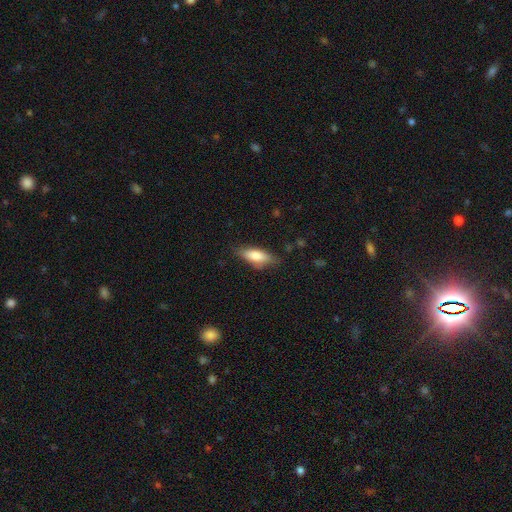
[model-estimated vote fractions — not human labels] The model was most divided on "how rounded": in between: 64%, cigar-shaped: 33%, round: 2%. More confident: smooth or featured — smooth (76%); merging — none (73%).